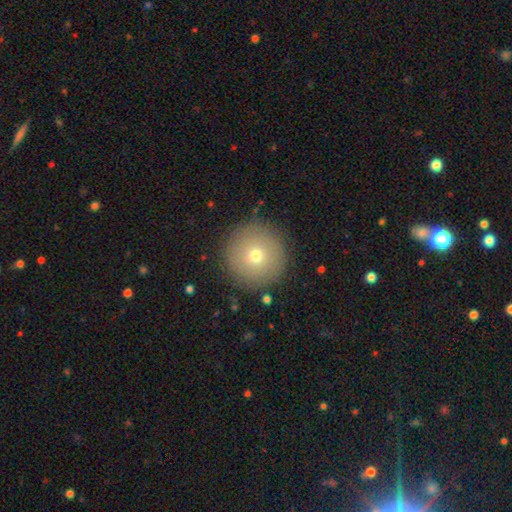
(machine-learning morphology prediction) type=smooth (71%); roundness=round (97%); merging=none (89%).